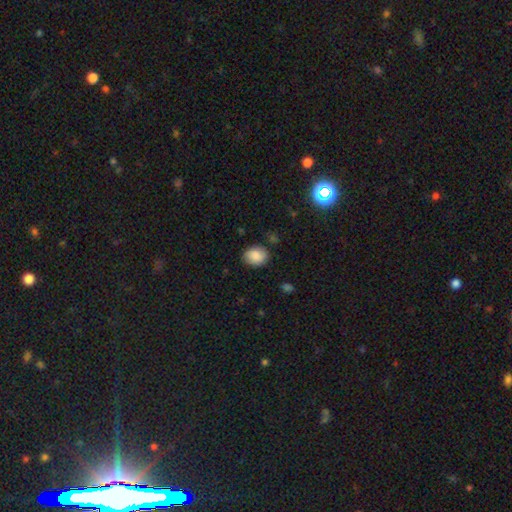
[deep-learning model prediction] Smooth or featured?
  - smooth: 86% *
  - star or artifact: 8%
  - featured or disk: 6%
How rounded?
  - in between: 56% *
  - round: 43%
  - cigar-shaped: 1%
Merging?
  - none: 81% *
  - minor disturbance: 14%
  - major disturbance: 3%
  - merger: 2%